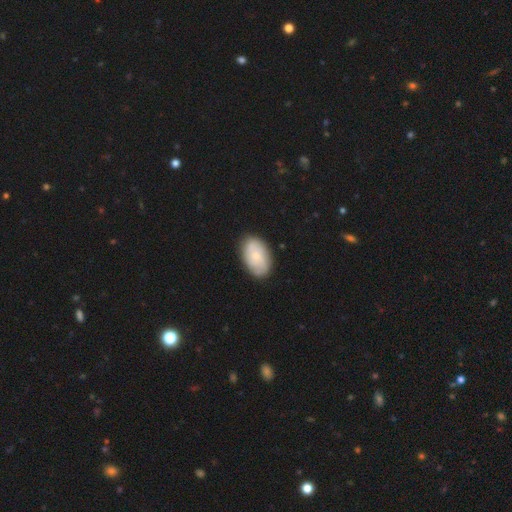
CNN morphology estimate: smooth 62%, featured or disk 32%, star or artifact 6%. Down the decision tree: how rounded — in between (91%); merging — none (83%).